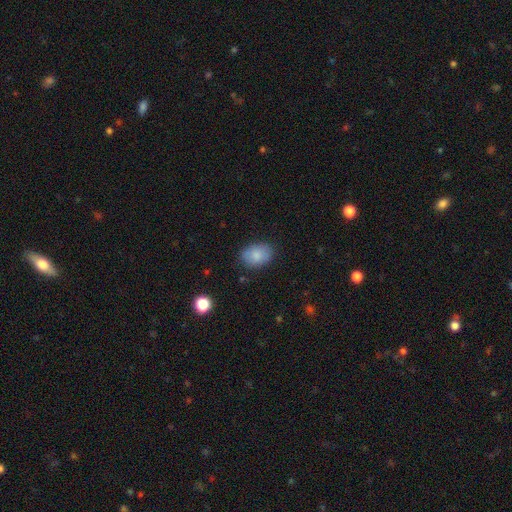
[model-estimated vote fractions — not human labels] Q: Smooth or featured?
A: smooth (82%); runner-up: featured or disk (10%)
Q: How rounded?
A: in between (78%); runner-up: round (21%)
Q: Merging?
A: none (78%); runner-up: minor disturbance (16%)